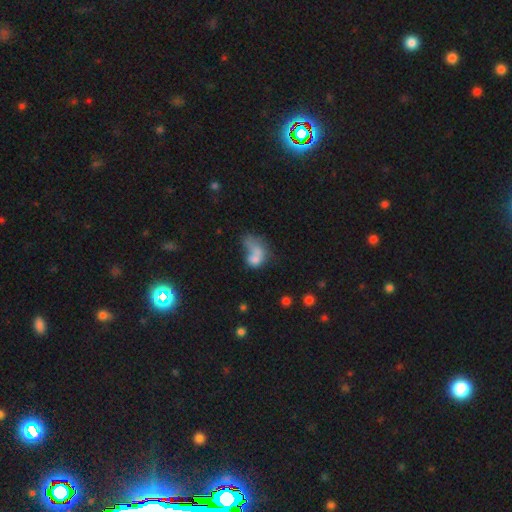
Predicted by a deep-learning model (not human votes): Smooth or featured? Predicted: smooth (p=0.63). How rounded? Predicted: in between (p=0.75). Merging? Predicted: merger (p=0.50).